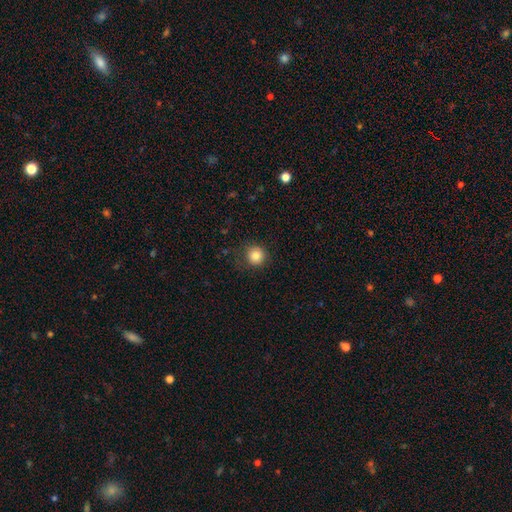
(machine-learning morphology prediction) Q: Smooth or featured?
A: smooth (83%); runner-up: star or artifact (11%)
Q: How rounded?
A: round (93%); runner-up: in between (6%)
Q: Merging?
A: none (83%); runner-up: minor disturbance (11%)